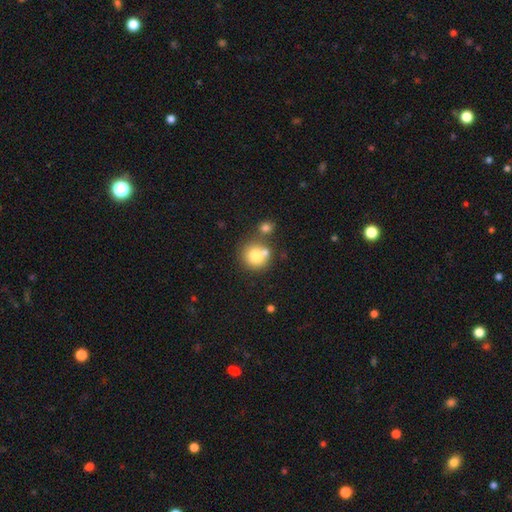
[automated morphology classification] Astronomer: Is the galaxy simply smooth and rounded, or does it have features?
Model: smooth — 77%.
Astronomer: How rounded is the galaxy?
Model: round — 90%.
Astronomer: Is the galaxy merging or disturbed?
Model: none — 58%.